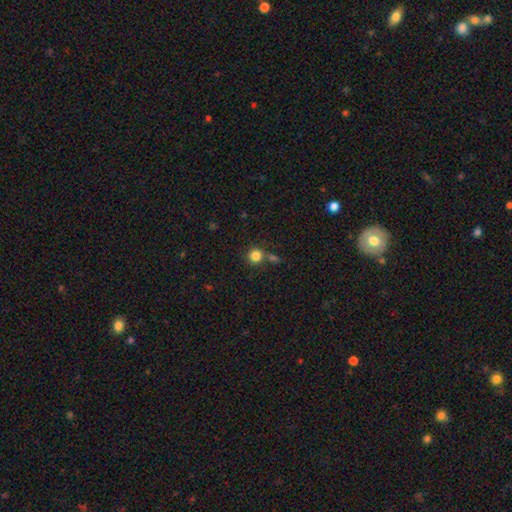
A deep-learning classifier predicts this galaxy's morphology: smooth_or_featured: smooth (p=0.83) [alt: star or artifact p=0.11]
how_rounded: round (p=0.91) [alt: in between p=0.08]
merging: none (p=0.67) [alt: merger p=0.18]